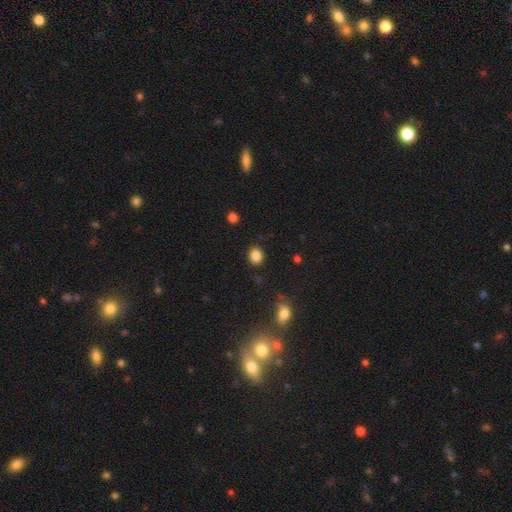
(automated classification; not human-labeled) Morphology: type=smooth (86%); roundness=round (52%); merging=none (87%).